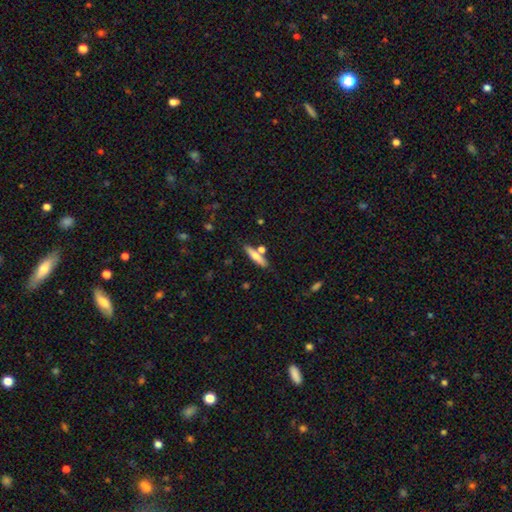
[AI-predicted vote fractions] A smooth galaxy with no disk features (63%) that is cigar-shaped (79%).

Vote fractions:
- Smooth or featured? smooth: 63% / featured or disk: 31% / star or artifact: 7%
- How rounded? cigar-shaped: 79% / in between: 19% / round: 3%
- Merging? none: 71% / merger: 15% / minor disturbance: 11% / major disturbance: 3%